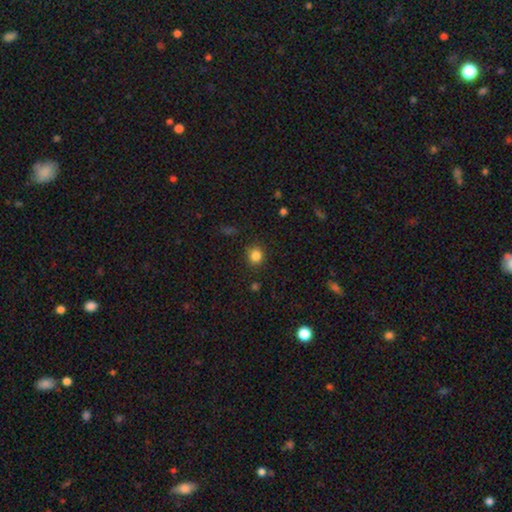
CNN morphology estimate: type=smooth (84%); roundness=round (87%); merging=none (88%).